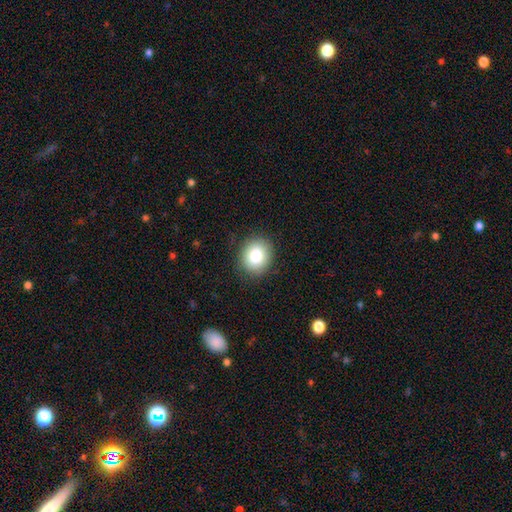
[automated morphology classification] A smooth galaxy with no disk features (82%) that is round (70%).

Vote fractions:
- Smooth or featured? smooth: 82% / star or artifact: 9% / featured or disk: 9%
- How rounded? round: 70% / in between: 29% / cigar-shaped: 1%
- Merging? none: 87% / minor disturbance: 9% / major disturbance: 3% / merger: 1%